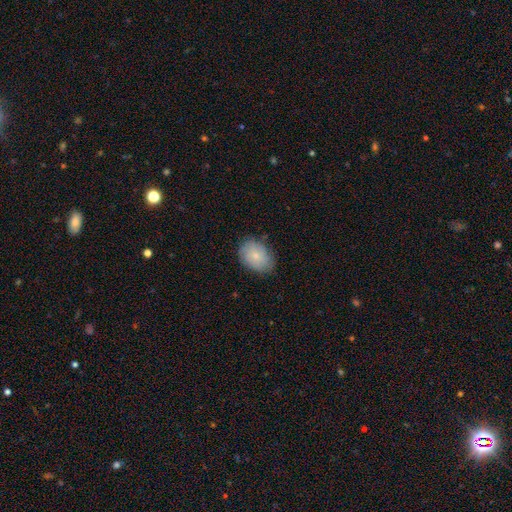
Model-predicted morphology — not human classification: This is likely a smooth galaxy (76%). How rounded: likely in between (74%). Merging: likely none (75%).